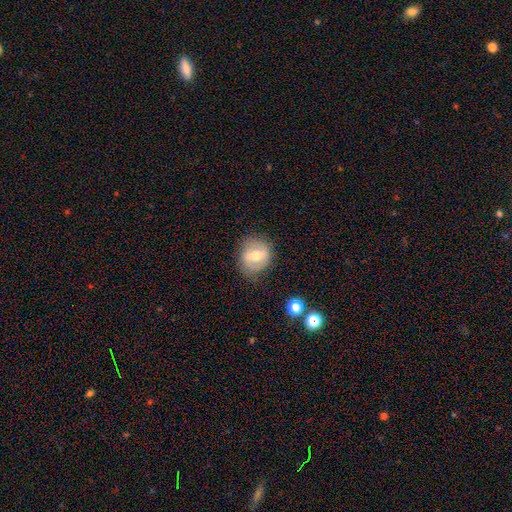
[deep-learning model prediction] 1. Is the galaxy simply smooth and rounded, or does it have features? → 51% smooth, 41% featured or disk, 8% star or artifact.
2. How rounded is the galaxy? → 71% round, 28% in between, 1% cigar-shaped.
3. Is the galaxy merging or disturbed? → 78% none, 15% minor disturbance, 5% major disturbance, 1% merger.